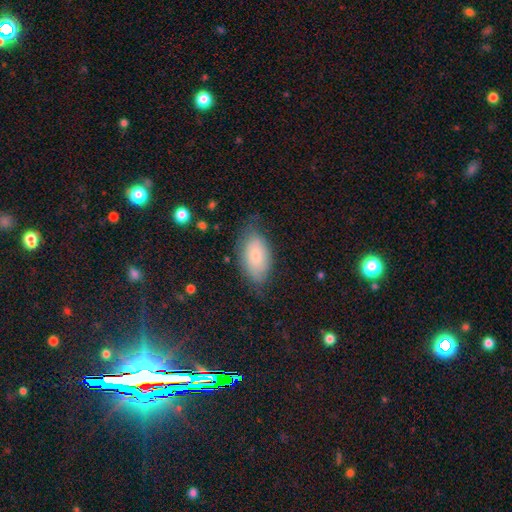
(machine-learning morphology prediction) The model was most divided on "merging": none: 65%, minor disturbance: 27%, major disturbance: 7%, merger: 1%. More confident: how rounded — in between (94%); smooth or featured — smooth (72%).